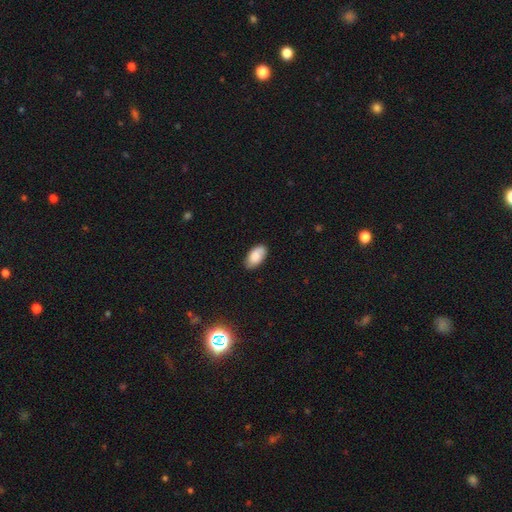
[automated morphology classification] Smooth or featured: smooth — 84% (featured or disk — 10%)
How rounded: in between — 95% (round — 3%)
Merging: none — 84% (minor disturbance — 13%)